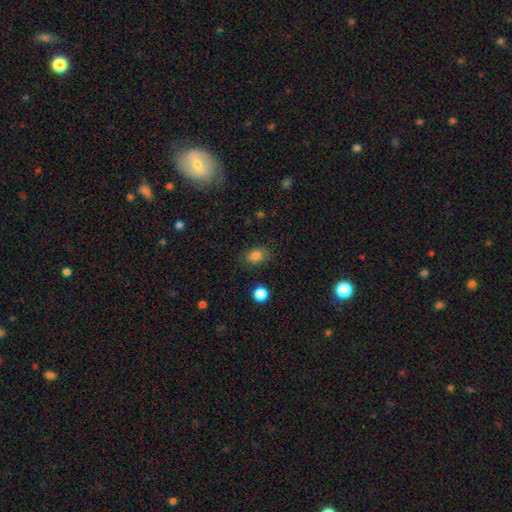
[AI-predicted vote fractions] Smooth or featured?
  - smooth: 82% *
  - star or artifact: 12%
  - featured or disk: 6%
How rounded?
  - in between: 64% *
  - round: 35%
  - cigar-shaped: 1%
Merging?
  - none: 83% *
  - minor disturbance: 12%
  - major disturbance: 3%
  - merger: 2%